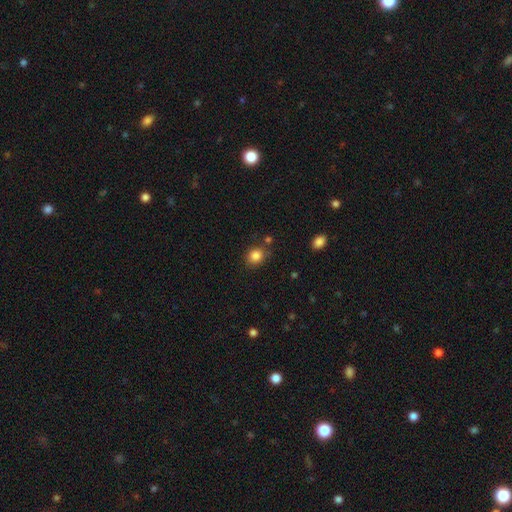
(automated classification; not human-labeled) Overall: smooth (85%). How rounded: round (72%). Merging: none (78%).